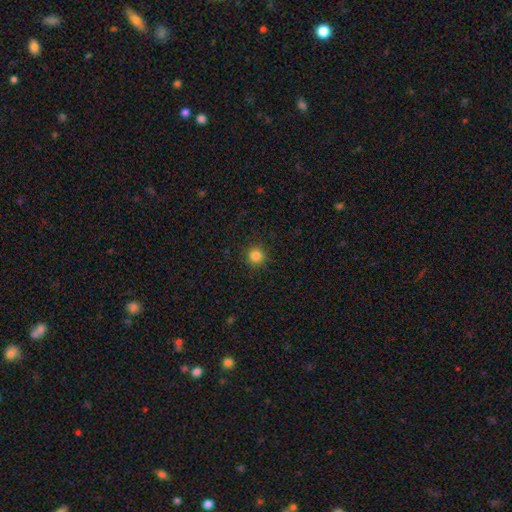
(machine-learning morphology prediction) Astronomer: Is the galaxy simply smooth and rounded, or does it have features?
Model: smooth — 85%.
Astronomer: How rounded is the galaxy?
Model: round — 94%.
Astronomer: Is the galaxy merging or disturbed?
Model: none — 91%.